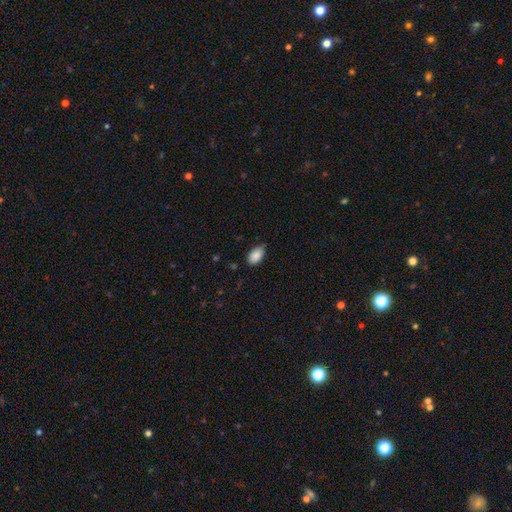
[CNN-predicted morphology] Smooth or featured?
  - smooth: 89% *
  - star or artifact: 7%
  - featured or disk: 4%
How rounded?
  - in between: 93% *
  - round: 6%
  - cigar-shaped: 1%
Merging?
  - none: 73% *
  - minor disturbance: 22%
  - major disturbance: 3%
  - merger: 1%